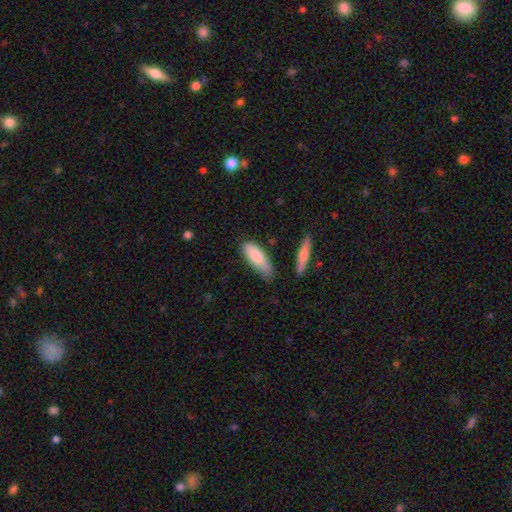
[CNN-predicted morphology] smooth 77%, featured or disk 16%, star or artifact 6%. Down the decision tree: how rounded — in between (58%); merging — none (63%).